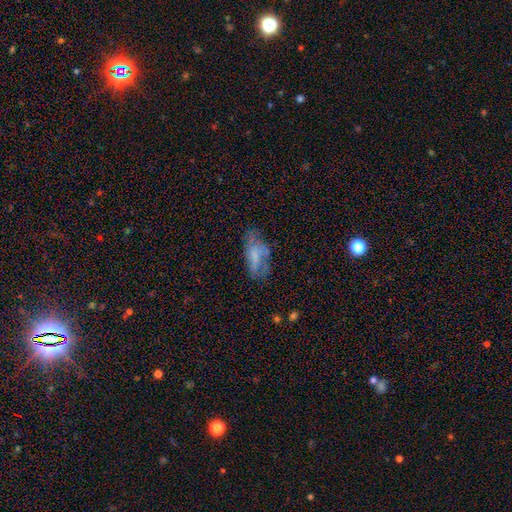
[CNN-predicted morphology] This appears to be a smooth galaxy with no disk features (50%) that is in between round and cigar-shaped (88%). Merging: none (46%).